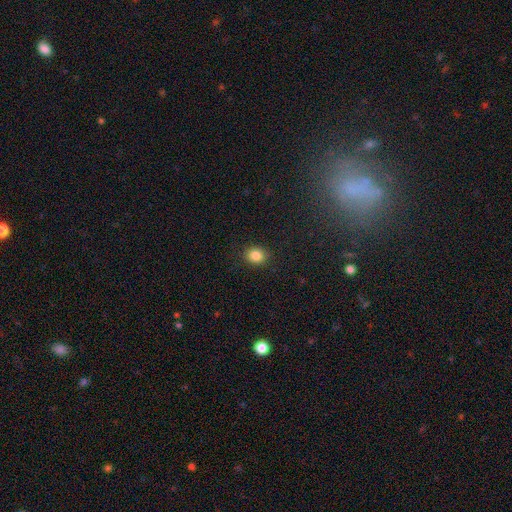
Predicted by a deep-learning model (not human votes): This appears to be a smooth galaxy with no disk features (85%) that is round (67%). Merging: none (89%).